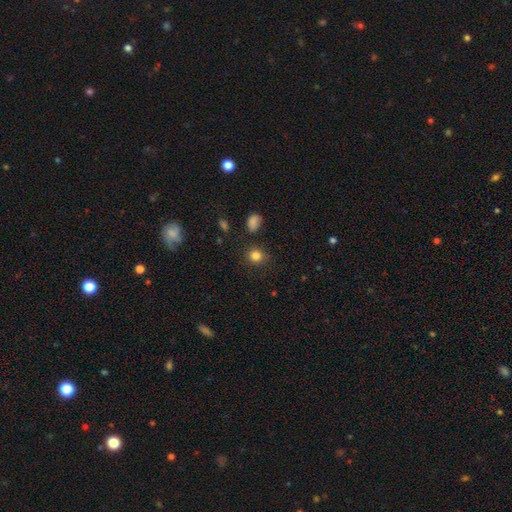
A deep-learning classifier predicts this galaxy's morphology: The model was most divided on "how rounded": round: 82%, in between: 17%, cigar-shaped: 1%. More confident: merging — none (83%); smooth or featured — smooth (83%).